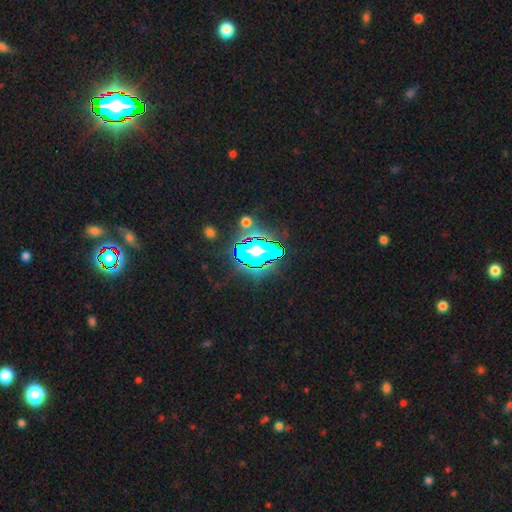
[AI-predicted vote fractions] star or artifact 76%, smooth 13%, featured or disk 12%.